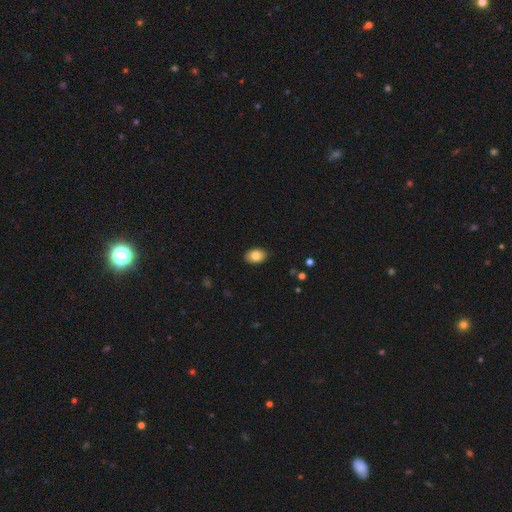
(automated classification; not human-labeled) smooth_or_featured: smooth (p=0.83) [alt: featured or disk p=0.09]
how_rounded: in between (p=0.85) [alt: round p=0.14]
merging: none (p=0.89) [alt: minor disturbance p=0.09]